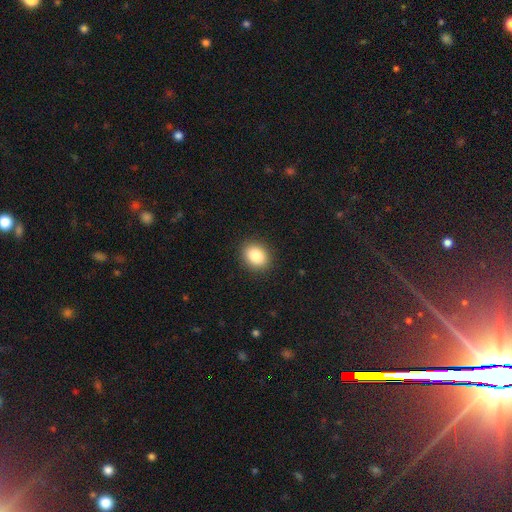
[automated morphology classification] The model was most divided on "how rounded": in between: 54%, round: 45%, cigar-shaped: 1%. More confident: merging — none (90%); smooth or featured — smooth (87%).